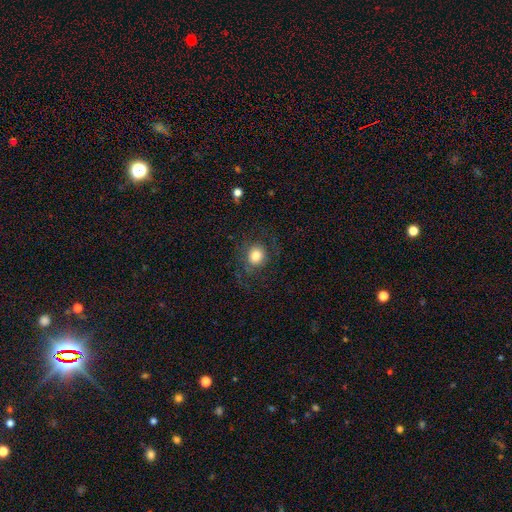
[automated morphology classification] smooth_or_featured: smooth (p=0.69) [alt: featured or disk p=0.21]
how_rounded: round (p=0.78) [alt: in between p=0.21]
merging: none (p=0.69) [alt: minor disturbance p=0.15]